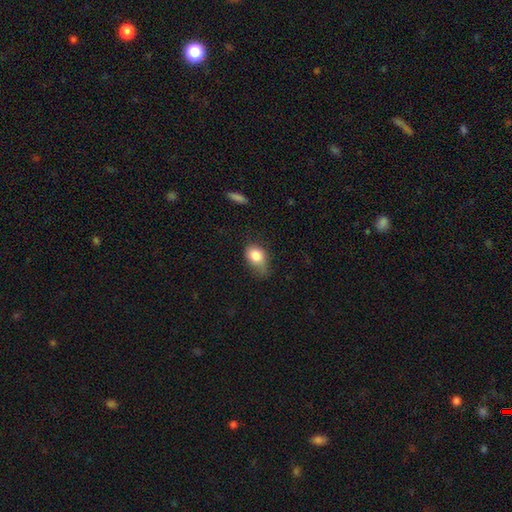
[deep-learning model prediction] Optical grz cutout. It shows a smooth galaxy with no disk features (81%) that is in between round and cigar-shaped (66%). Merging: minor disturbance (43%).